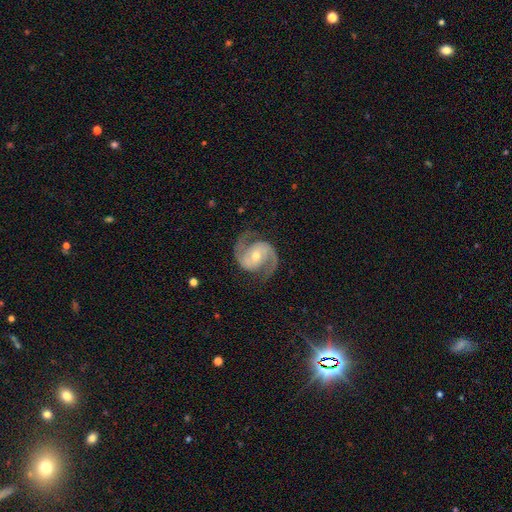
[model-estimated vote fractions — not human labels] smooth-or-featured: featured or disk: 92% | star or artifact: 4% | smooth: 3%
  disk-edge-on: no: 98% | yes: 2%
    bar: no: 51% | weak: 35% | strong: 15%
    has-spiral-arms: yes: 98% | no: 2%
      spiral-winding: medium: 61% | tight: 24% | loose: 15%
      spiral-arm-count: 2: 94% | can't tell: 2% | 3: 1% | 1: 1% | 4: 1% | more than 4: 1%
    bulge-size: moderate: 59% | small: 36% | large: 3% | none: 1% | dominant: 1%
  merging: none: 82% | minor disturbance: 12% | major disturbance: 5% | merger: 1%